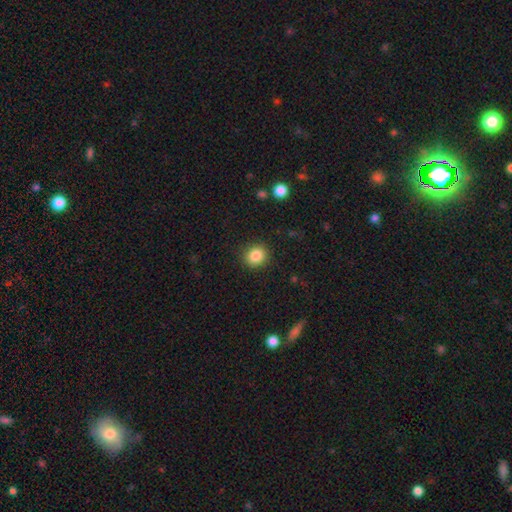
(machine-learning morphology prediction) smooth 85%, star or artifact 10%, featured or disk 5%. Down the decision tree: how rounded — round (79%); merging — none (90%).